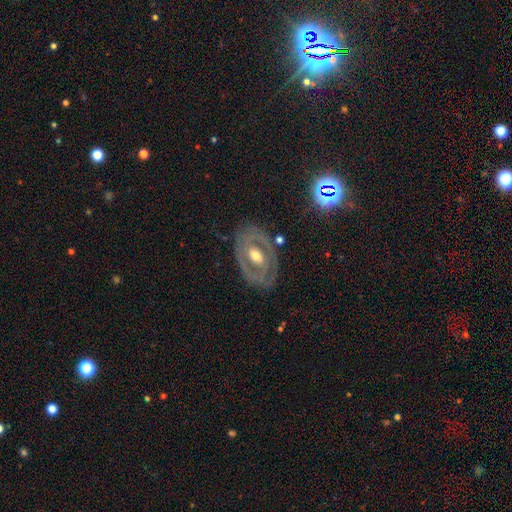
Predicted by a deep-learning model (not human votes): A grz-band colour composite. It shows a featured or disk galaxy (78%) with no bar (47%), spiral arms (60%) and a moderate central bulge (70%). Merging: none (75%).